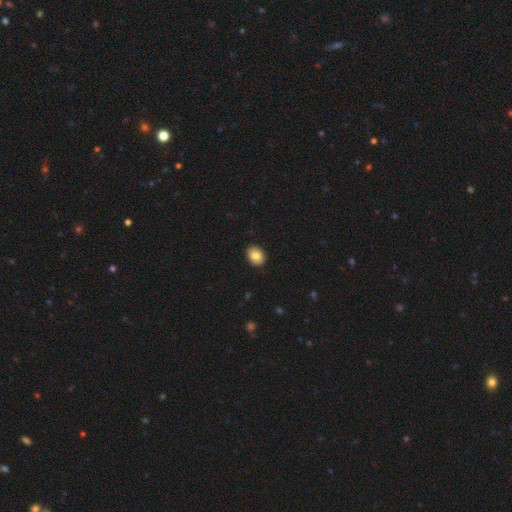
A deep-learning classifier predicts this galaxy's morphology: smooth 85%, featured or disk 8%, star or artifact 8%. Down the decision tree: how rounded — in between (64%); merging — none (90%).